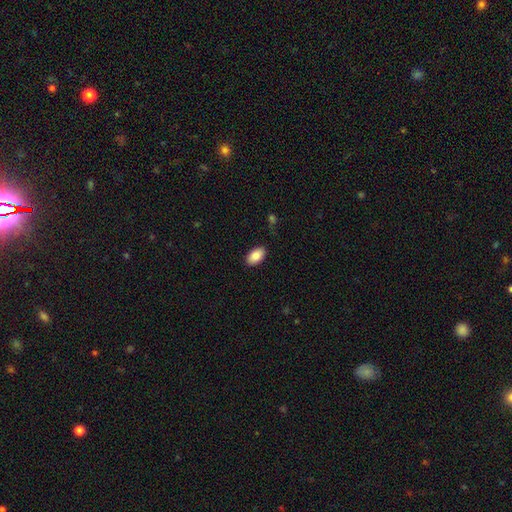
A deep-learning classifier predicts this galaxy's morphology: Smooth or featured: smooth — 86% (featured or disk — 7%)
How rounded: in between — 94% (round — 4%)
Merging: none — 87% (minor disturbance — 10%)